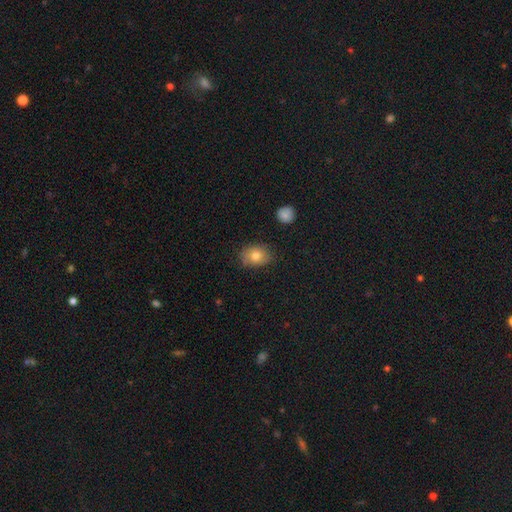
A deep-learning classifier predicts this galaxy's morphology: Q: Smooth or featured?
A: smooth (78%); runner-up: featured or disk (13%)
Q: How rounded?
A: in between (68%); runner-up: round (31%)
Q: Merging?
A: none (76%); runner-up: minor disturbance (19%)